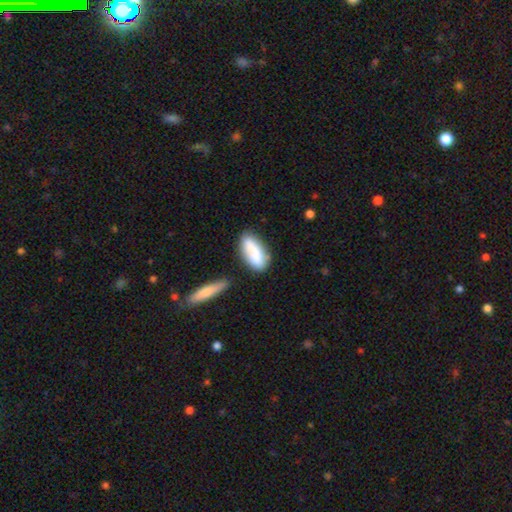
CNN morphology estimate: Smooth or featured? smooth (78%)
How rounded? in between (74%)
Merging? none (61%)